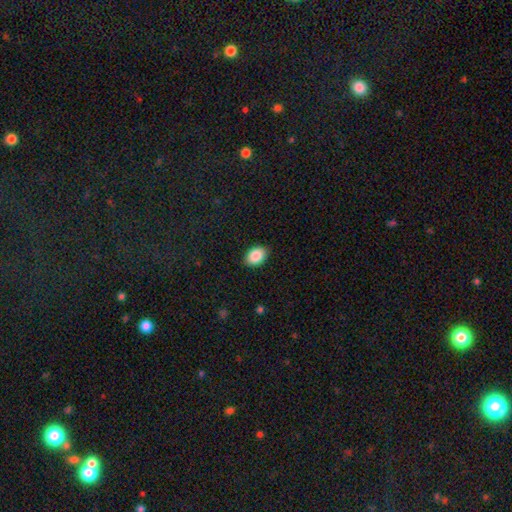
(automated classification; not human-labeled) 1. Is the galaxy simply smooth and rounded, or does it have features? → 88% smooth, 7% star or artifact, 5% featured or disk.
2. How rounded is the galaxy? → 82% in between, 17% round, 1% cigar-shaped.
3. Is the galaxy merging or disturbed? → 88% none, 9% minor disturbance, 2% major disturbance, 1% merger.